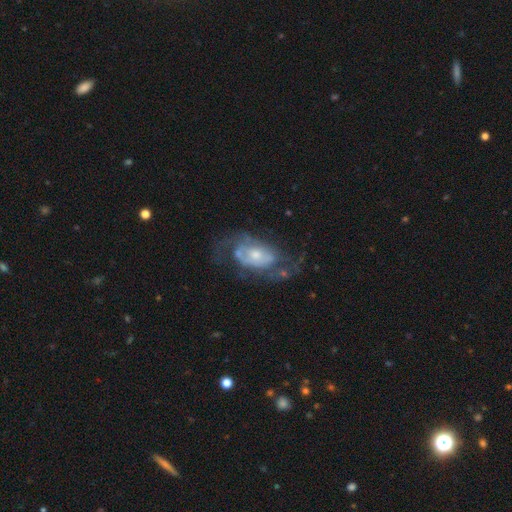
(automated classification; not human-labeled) This appears to be a featured or disk galaxy (70%) with no bar (75%), spiral arms (64%) and a moderate central bulge (48%). Merging: none (44%).